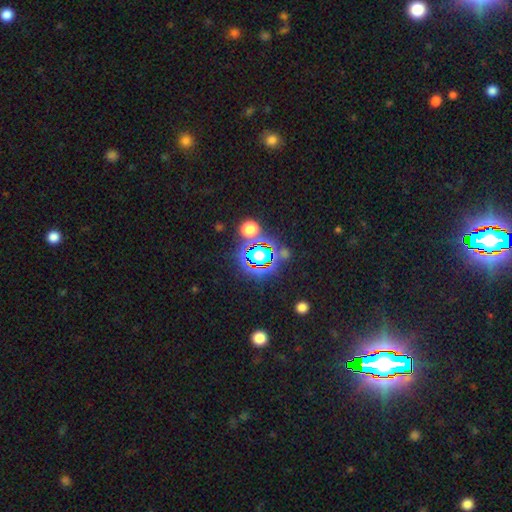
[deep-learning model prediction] Smooth or featured? Predicted: star or artifact (p=0.82).